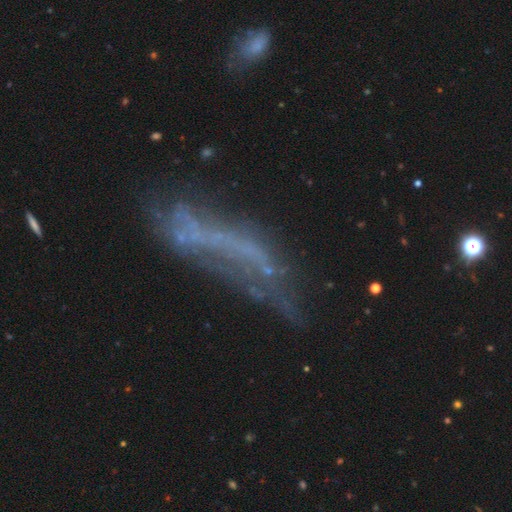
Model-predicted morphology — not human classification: A featured or disk galaxy (54%). Merging: none (40%).